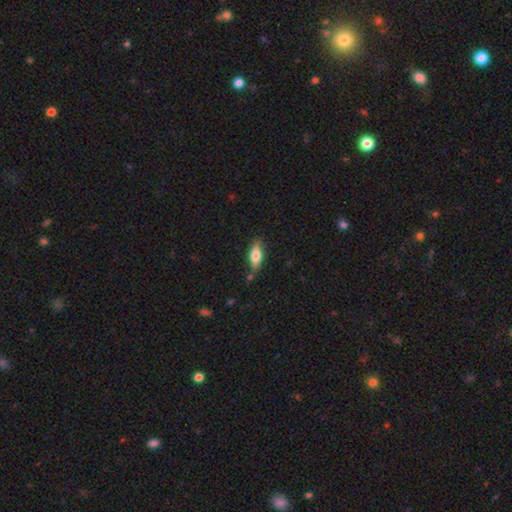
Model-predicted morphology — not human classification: The model was most divided on "how rounded": in between: 61%, cigar-shaped: 36%, round: 3%. More confident: merging — none (79%); smooth or featured — smooth (63%).